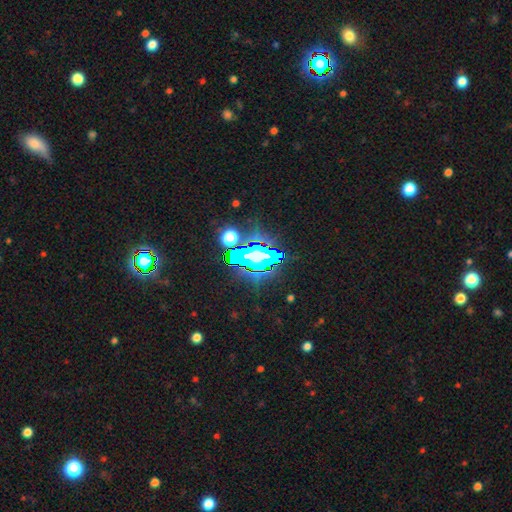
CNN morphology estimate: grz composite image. It shows a star or artifact, not a galaxy (58%).